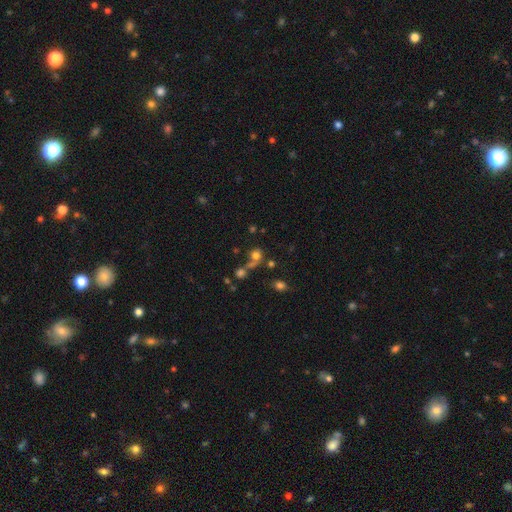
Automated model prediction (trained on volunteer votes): Smooth or featured?
  - smooth: 68% *
  - star or artifact: 20%
  - featured or disk: 13%
How rounded?
  - round: 82% *
  - in between: 17%
  - cigar-shaped: 2%
Merging?
  - none: 46% *
  - merger: 35%
  - minor disturbance: 10%
  - major disturbance: 10%